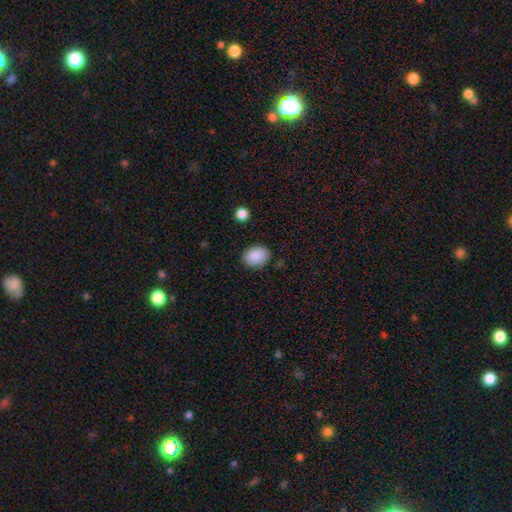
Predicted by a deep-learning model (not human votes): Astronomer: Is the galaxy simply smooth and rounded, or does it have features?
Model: smooth — 89%.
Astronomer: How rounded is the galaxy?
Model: in between — 65%.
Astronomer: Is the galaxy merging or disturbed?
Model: none — 85%.